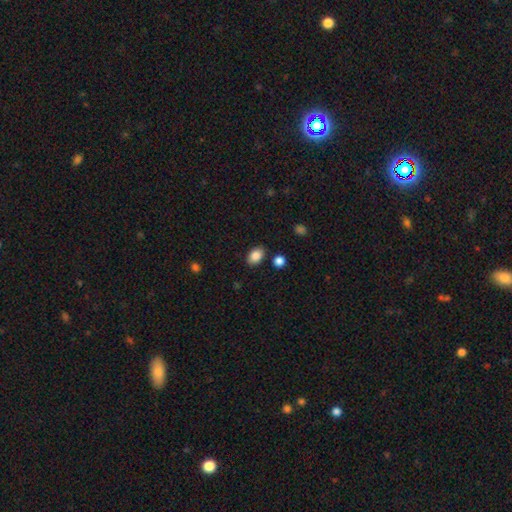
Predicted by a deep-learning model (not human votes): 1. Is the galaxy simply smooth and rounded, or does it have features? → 86% smooth, 9% star or artifact, 5% featured or disk.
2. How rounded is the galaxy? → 80% in between, 19% round, 1% cigar-shaped.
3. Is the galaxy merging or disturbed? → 84% none, 10% minor disturbance, 3% merger, 3% major disturbance.